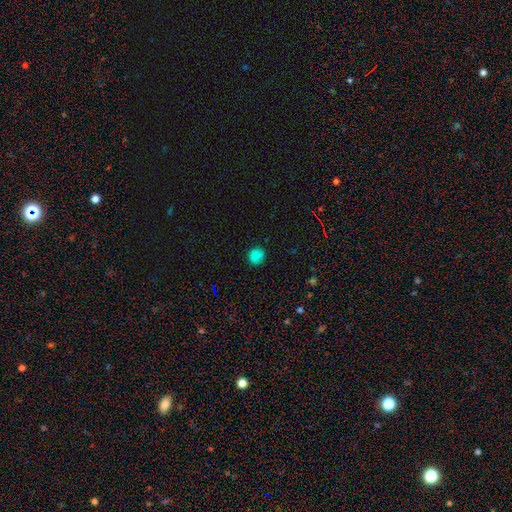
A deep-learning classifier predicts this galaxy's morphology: This is clearly a smooth galaxy (82%). How rounded: clearly round (87%). Merging: clearly none (86%).